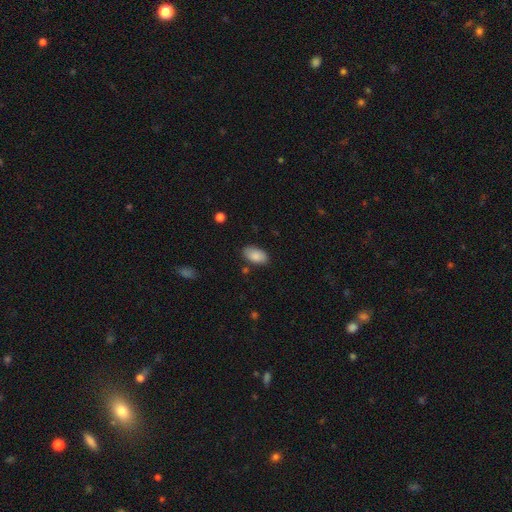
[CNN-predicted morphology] Smooth or featured? smooth (87%)
How rounded? in between (94%)
Merging? none (82%)